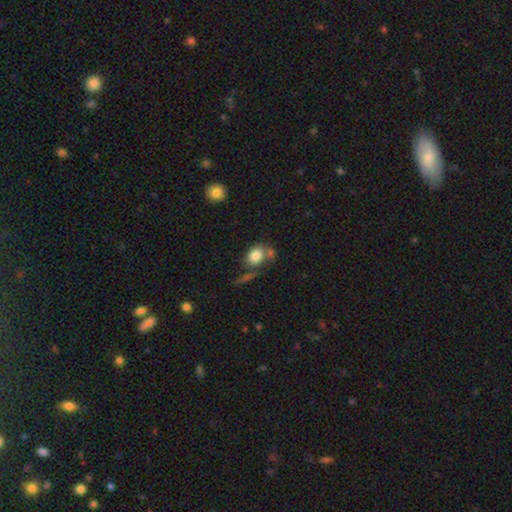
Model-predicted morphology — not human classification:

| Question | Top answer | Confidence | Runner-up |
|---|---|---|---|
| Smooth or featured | smooth | 80% | featured or disk (10%) |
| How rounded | in between | 58% | round (41%) |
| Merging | none | 52% | merger (25%) |